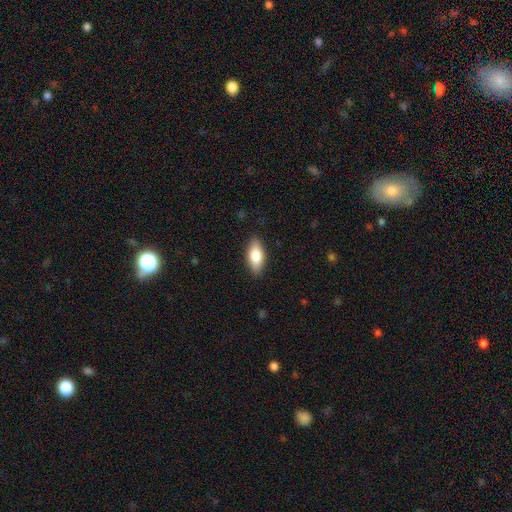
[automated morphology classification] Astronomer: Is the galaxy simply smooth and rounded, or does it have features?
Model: smooth — 79%.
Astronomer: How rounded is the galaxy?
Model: in between — 85%.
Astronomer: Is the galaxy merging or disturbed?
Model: none — 87%.